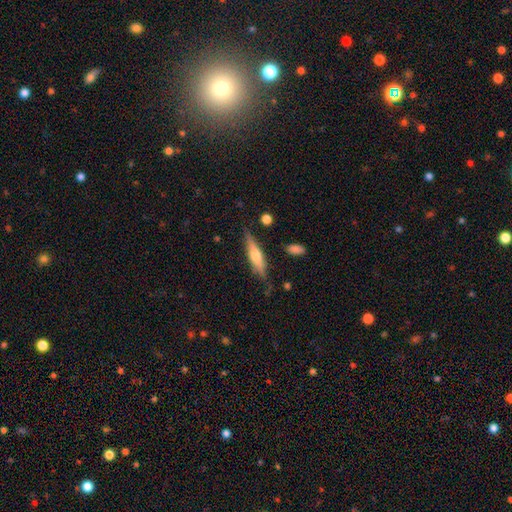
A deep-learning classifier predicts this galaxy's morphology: featured or disk 50%, smooth 44%, star or artifact 6%. Down the decision tree: edge-on disk — yes (93%); merging — none (79%).